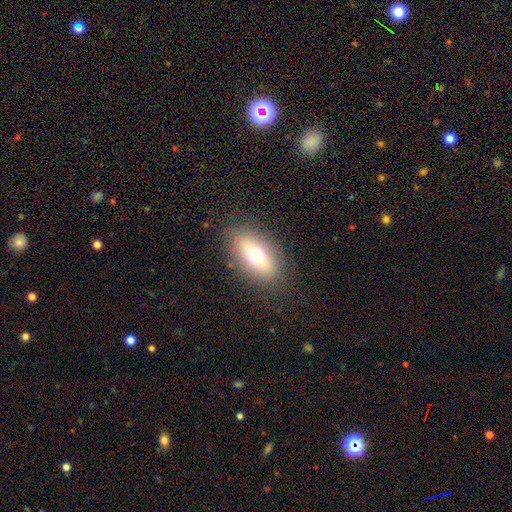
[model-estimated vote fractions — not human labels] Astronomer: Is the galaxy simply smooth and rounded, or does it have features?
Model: smooth — 64%.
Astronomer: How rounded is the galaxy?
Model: in between — 82%.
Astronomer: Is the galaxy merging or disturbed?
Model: none — 82%.